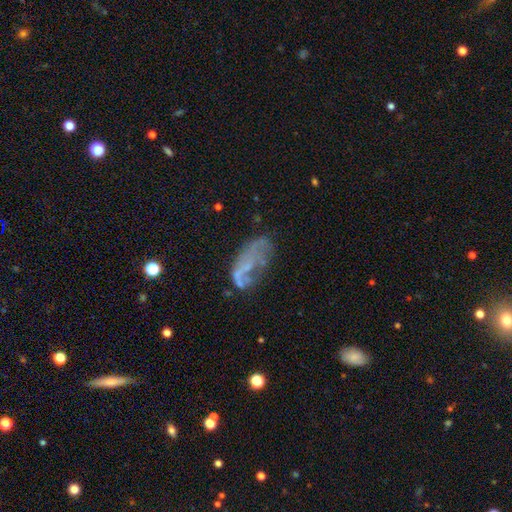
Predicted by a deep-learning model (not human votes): Q: Smooth or featured?
A: featured or disk (54%); runner-up: smooth (32%)
Q: Edge-on disk?
A: no (94%); runner-up: yes (6%)
Q: Bar?
A: no (83%); runner-up: weak (13%)
Q: Spiral arms?
A: no (77%); runner-up: yes (23%)
Q: Bulge size?
A: none (64%); runner-up: small (27%)
Q: Merging?
A: none (39%); runner-up: major disturbance (29%)